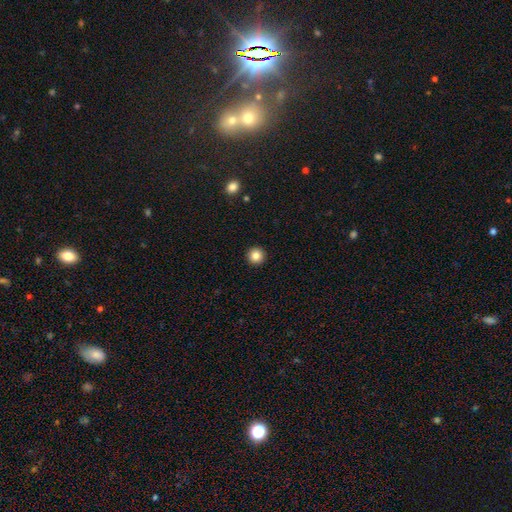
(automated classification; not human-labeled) Q: Smooth or featured?
A: smooth (85%); runner-up: star or artifact (10%)
Q: How rounded?
A: round (96%); runner-up: in between (3%)
Q: Merging?
A: none (93%); runner-up: minor disturbance (4%)